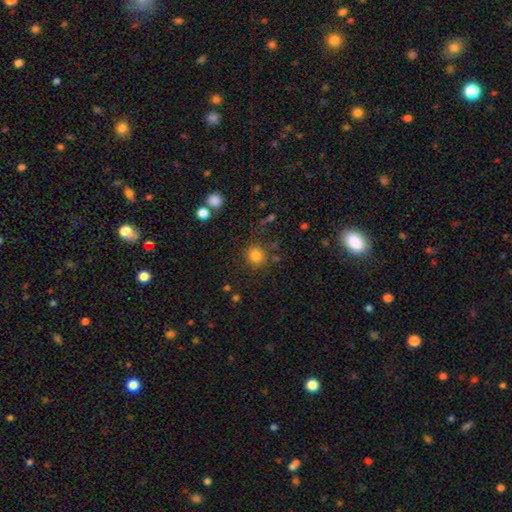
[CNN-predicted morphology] smooth-or-featured: smooth: 81% | star or artifact: 13% | featured or disk: 6%
  how-rounded: round: 86% | in between: 13% | cigar-shaped: 1%
  merging: none: 79% | minor disturbance: 11% | merger: 5% | major disturbance: 5%